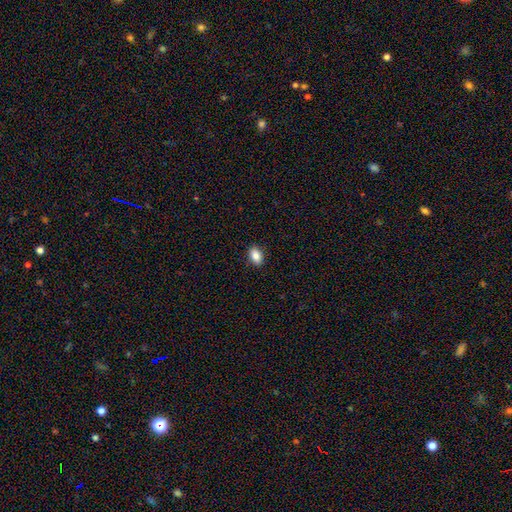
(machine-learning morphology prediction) A smooth galaxy with no disk features (87%) that is in between round and cigar-shaped (86%).

Vote fractions:
- Smooth or featured? smooth: 87% / star or artifact: 8% / featured or disk: 5%
- How rounded? in between: 86% / round: 12% / cigar-shaped: 2%
- Merging? none: 90% / minor disturbance: 7% / major disturbance: 2% / merger: 1%